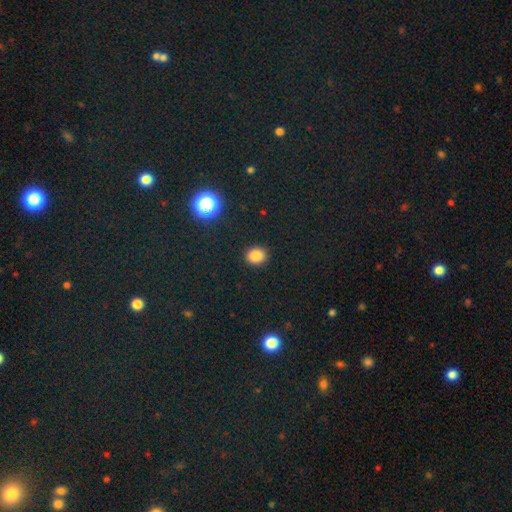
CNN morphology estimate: This appears to be a smooth galaxy with no disk features (84%) that is round (65%). Merging: none (89%).